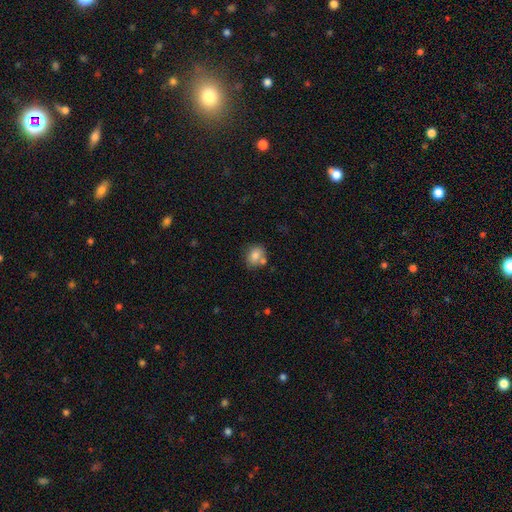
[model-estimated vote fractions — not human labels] This appears to be a smooth galaxy with no disk features (78%) that is round (58%). Merging: none (59%).